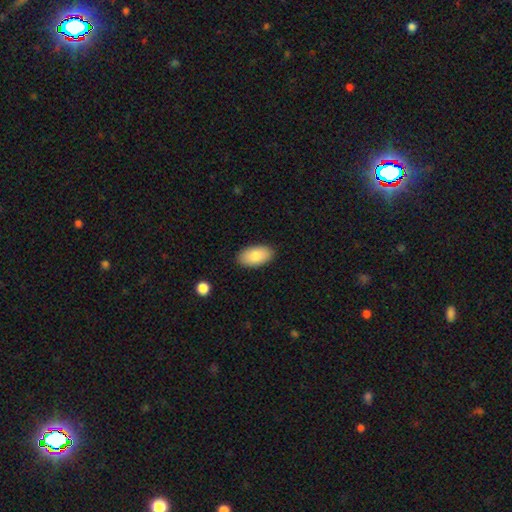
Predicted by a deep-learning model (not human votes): Overall: smooth (85%). How rounded: in between (96%). Merging: none (88%).